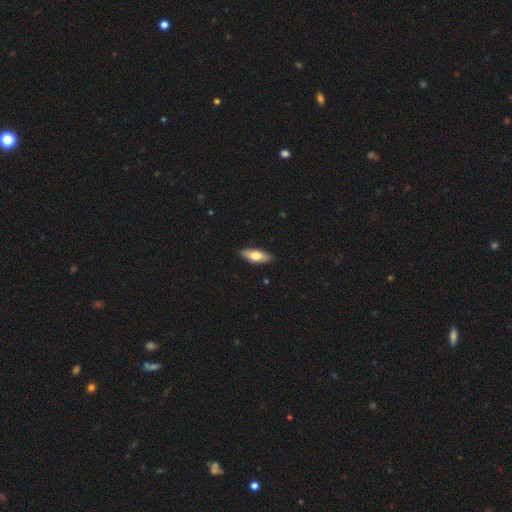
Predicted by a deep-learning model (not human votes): Smooth or featured: smooth — 68% (featured or disk — 26%)
How rounded: in between — 71% (cigar-shaped — 26%)
Merging: none — 89% (minor disturbance — 8%)